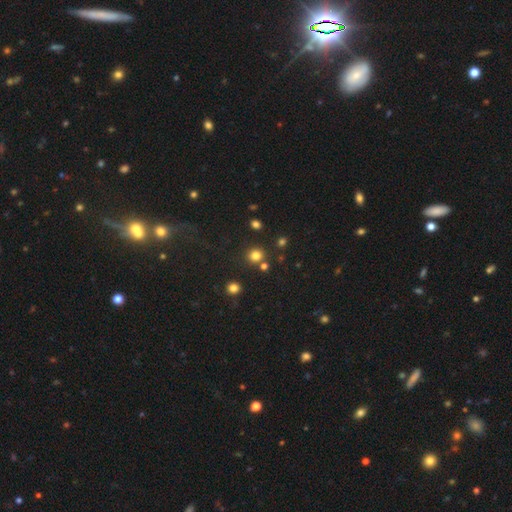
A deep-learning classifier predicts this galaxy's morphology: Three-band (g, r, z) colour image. It shows a smooth galaxy with no disk features (78%) that is round (89%). Merging: none (81%).